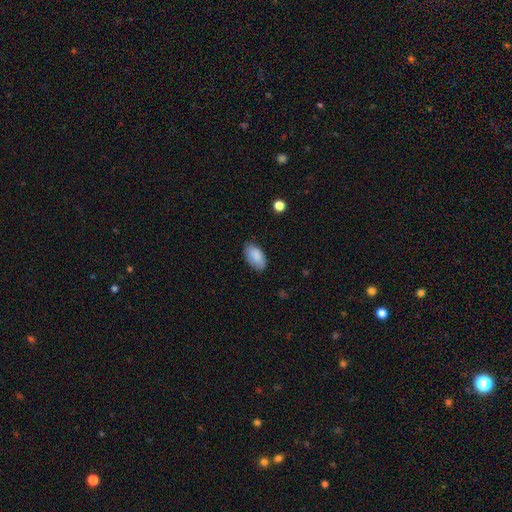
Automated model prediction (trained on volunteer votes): This appears to be a smooth galaxy with no disk features (88%) that is in between round and cigar-shaped (95%). Merging: none (82%).